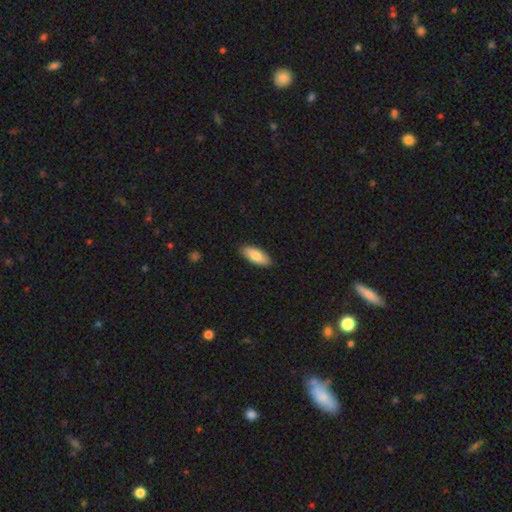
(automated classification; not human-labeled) A smooth galaxy with no disk features (81%) that is in between round and cigar-shaped (80%).

Vote fractions:
- Smooth or featured? smooth: 81% / featured or disk: 13% / star or artifact: 6%
- How rounded? in between: 80% / cigar-shaped: 18% / round: 2%
- Merging? none: 89% / minor disturbance: 9% / major disturbance: 2% / merger: 1%